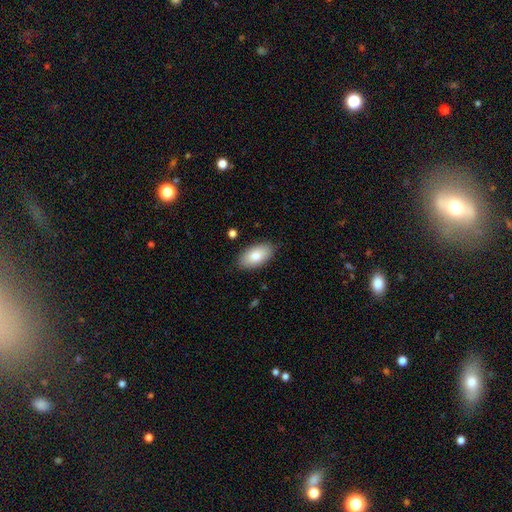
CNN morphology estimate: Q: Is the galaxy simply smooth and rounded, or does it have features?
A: smooth — 83%.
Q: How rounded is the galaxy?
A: in between — 94%.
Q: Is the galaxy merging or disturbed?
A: none — 85%.